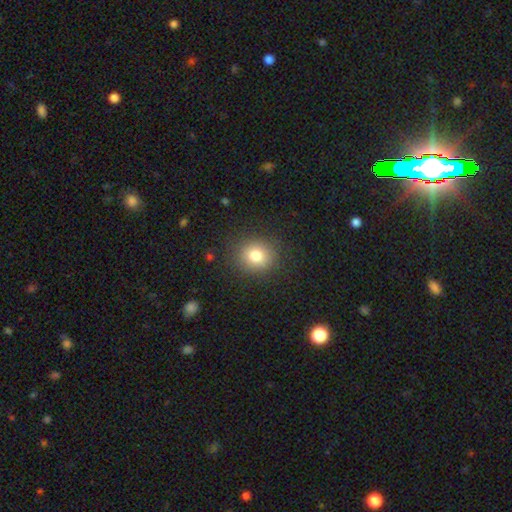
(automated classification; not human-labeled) The model was most divided on "how rounded": round: 80%, in between: 19%, cigar-shaped: 1%. More confident: merging — none (87%); smooth or featured — smooth (80%).